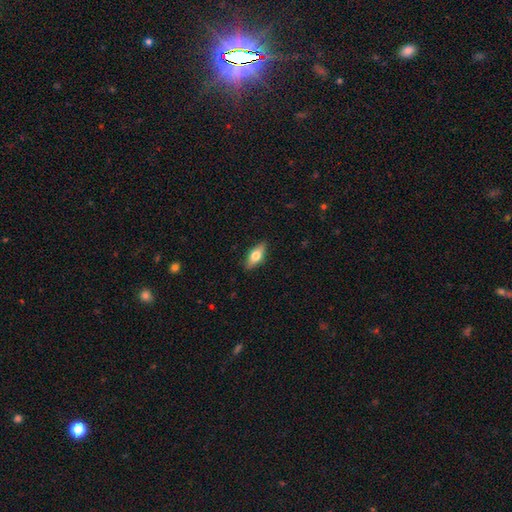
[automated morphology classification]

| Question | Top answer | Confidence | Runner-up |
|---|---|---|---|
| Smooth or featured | smooth | 62% | featured or disk (31%) |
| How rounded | in between | 74% | cigar-shaped (23%) |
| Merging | none | 88% | minor disturbance (9%) |